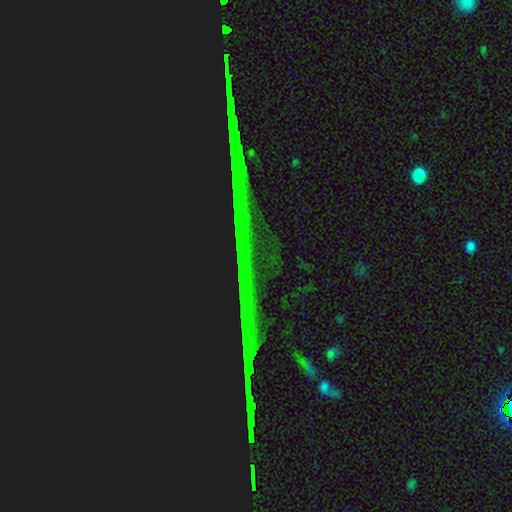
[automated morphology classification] This is clearly a star or artifact rather than a galaxy (88%).